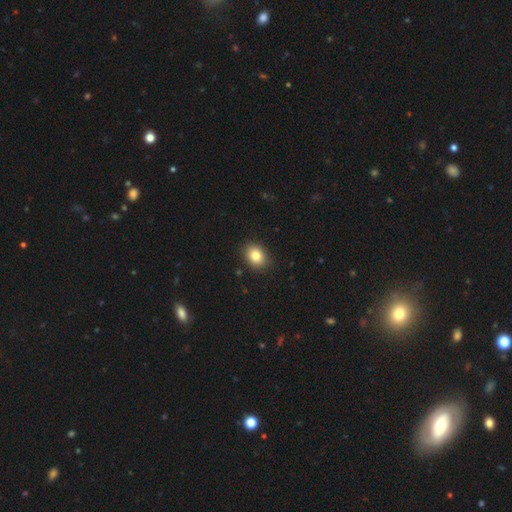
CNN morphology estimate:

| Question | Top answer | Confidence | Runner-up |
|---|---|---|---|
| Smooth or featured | smooth | 83% | star or artifact (9%) |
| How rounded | in between | 57% | round (42%) |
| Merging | none | 89% | minor disturbance (8%) |